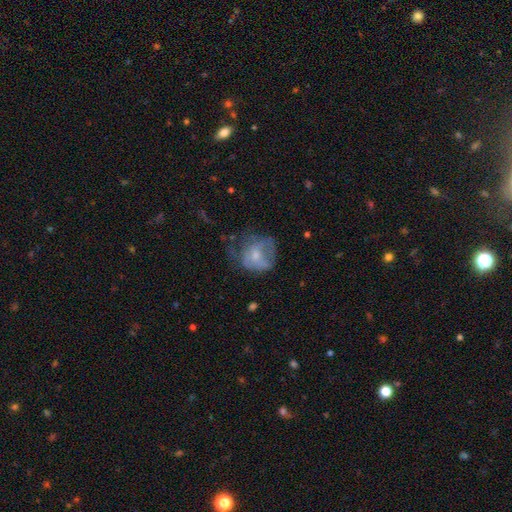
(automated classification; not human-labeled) smooth_or_featured: smooth (p=0.51) [alt: featured or disk p=0.39]
how_rounded: round (p=0.68) [alt: in between p=0.31]
merging: major disturbance (p=0.35) [tied with: none p=0.35]